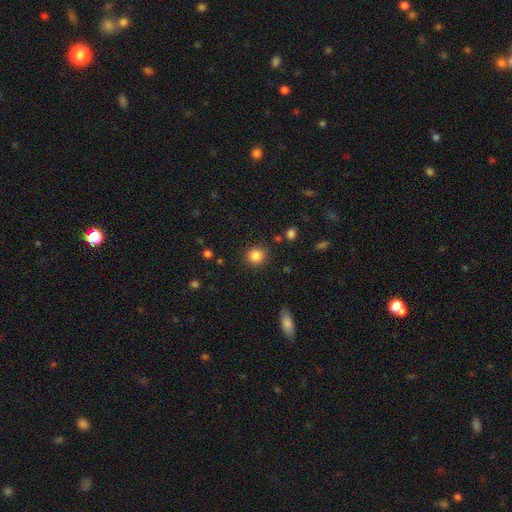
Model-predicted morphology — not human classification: Smooth or featured? smooth (85%)
How rounded? round (89%)
Merging? none (86%)